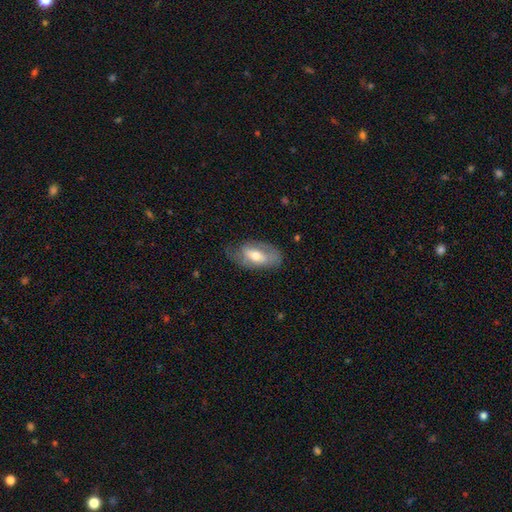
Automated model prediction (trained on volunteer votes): Smooth or featured: featured or disk — 53% (smooth — 40%)
Edge-on disk: no — 87% (yes — 13%)
Merging: none — 59% (minor disturbance — 26%)